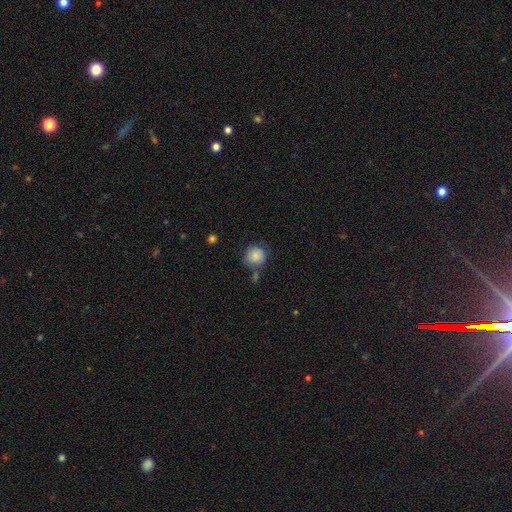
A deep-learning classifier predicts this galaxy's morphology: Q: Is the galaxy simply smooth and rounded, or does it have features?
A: smooth — 86%.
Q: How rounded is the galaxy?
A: round — 88%.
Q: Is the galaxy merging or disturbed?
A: none — 70%.